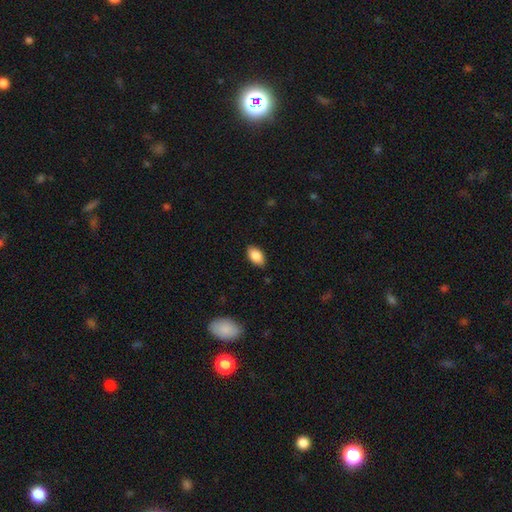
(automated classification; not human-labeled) A smooth galaxy with no disk features (87%) that is in between round and cigar-shaped (93%).

Vote fractions:
- Smooth or featured? smooth: 87% / star or artifact: 7% / featured or disk: 6%
- How rounded? in between: 93% / round: 5% / cigar-shaped: 2%
- Merging? none: 85% / minor disturbance: 12% / major disturbance: 2% / merger: 1%